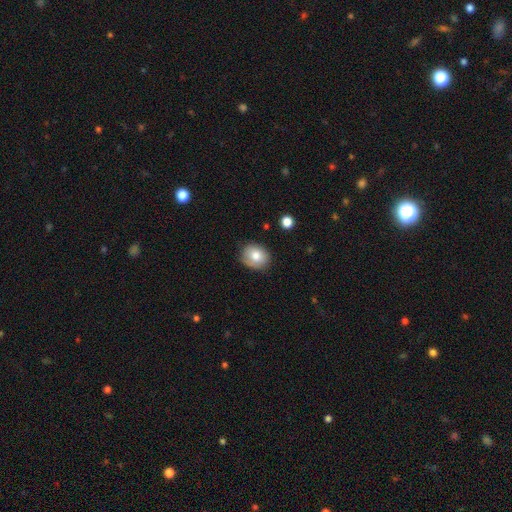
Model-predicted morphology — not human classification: This appears to be a smooth galaxy with no disk features (79%) that is round (57%). Merging: none (80%).